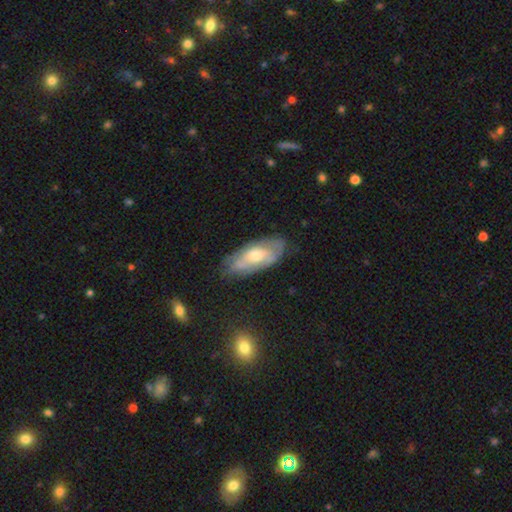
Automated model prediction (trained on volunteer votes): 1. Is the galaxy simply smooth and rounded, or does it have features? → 54% featured or disk, 40% smooth, 6% star or artifact.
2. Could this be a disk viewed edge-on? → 85% no, 15% yes.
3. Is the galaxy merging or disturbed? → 68% none, 24% minor disturbance, 7% major disturbance, 2% merger.